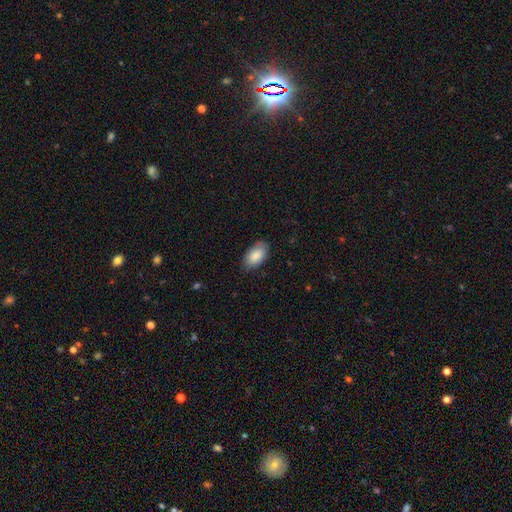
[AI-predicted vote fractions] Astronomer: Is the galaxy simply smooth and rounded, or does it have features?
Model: smooth — 86%.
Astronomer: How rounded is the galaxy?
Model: in between — 95%.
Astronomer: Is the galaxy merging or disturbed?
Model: none — 79%.